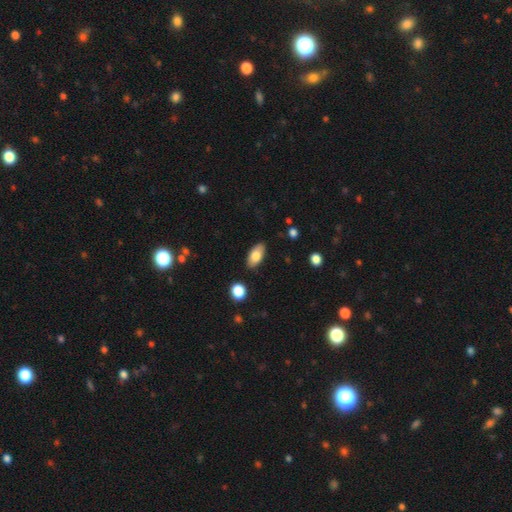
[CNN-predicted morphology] Smooth or featured? Predicted: smooth (p=0.80). How rounded? Predicted: in between (p=0.91). Merging? Predicted: none (p=0.86).